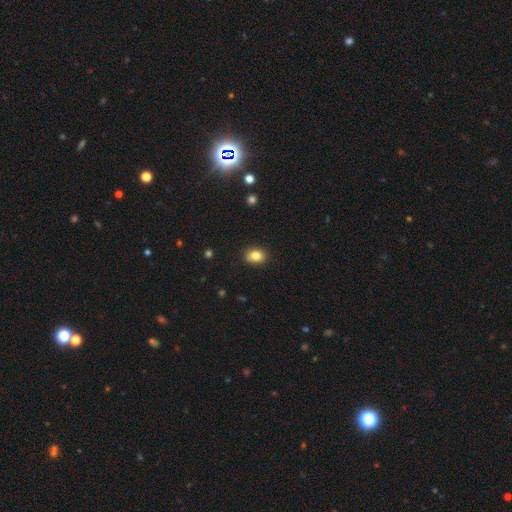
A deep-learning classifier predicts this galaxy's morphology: smooth-or-featured: smooth: 84% | star or artifact: 10% | featured or disk: 7%
  how-rounded: in between: 66% | round: 33% | cigar-shaped: 1%
  merging: none: 86% | minor disturbance: 10% | major disturbance: 2% | merger: 1%